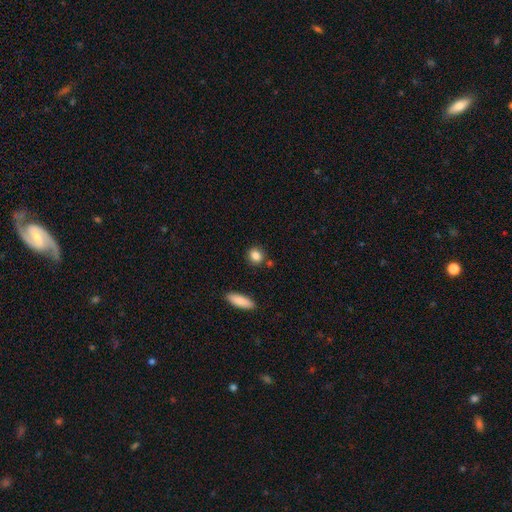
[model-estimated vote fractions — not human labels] This is clearly a smooth galaxy (85%). How rounded: likely round (72%). Merging: clearly none (82%).